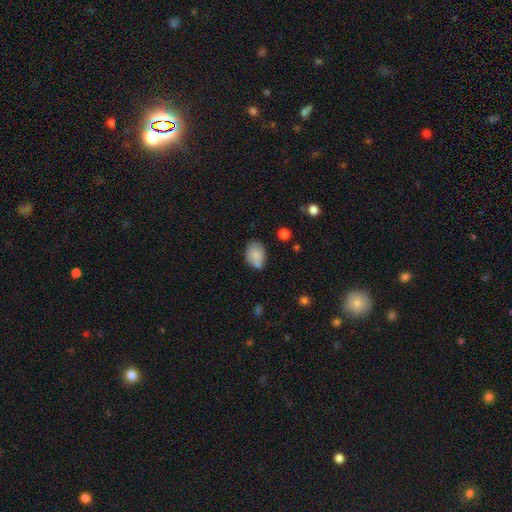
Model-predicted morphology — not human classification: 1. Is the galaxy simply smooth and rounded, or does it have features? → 81% smooth, 12% featured or disk, 8% star or artifact.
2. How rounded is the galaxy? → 72% in between, 27% round, 1% cigar-shaped.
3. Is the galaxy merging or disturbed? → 58% none, 23% minor disturbance, 13% merger, 5% major disturbance.